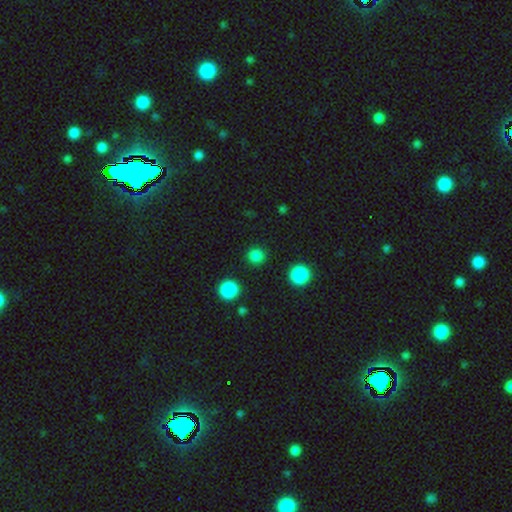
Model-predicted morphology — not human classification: Smooth or featured? smooth (84%)
How rounded? round (92%)
Merging? none (90%)